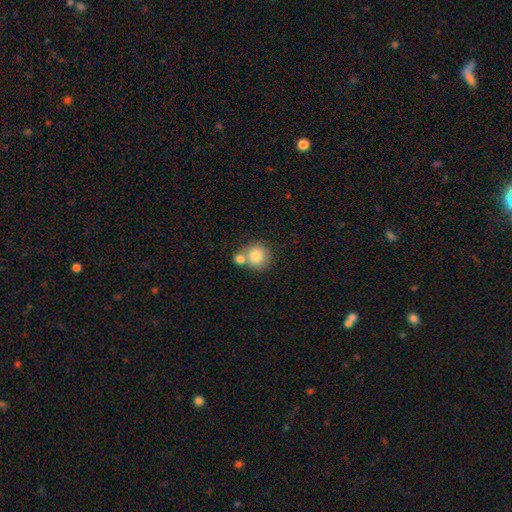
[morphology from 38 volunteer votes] A smooth galaxy with no disk features (82%) that is round (94%).

Vote fractions:
- Smooth or featured? smooth: 82% / featured or disk: 13% / star or artifact: 5%
- How rounded? round: 94% / in between: 6% / cigar-shaped: 0%
- Merging? none: 47% / merger: 39% / major disturbance: 8% / minor disturbance: 6%